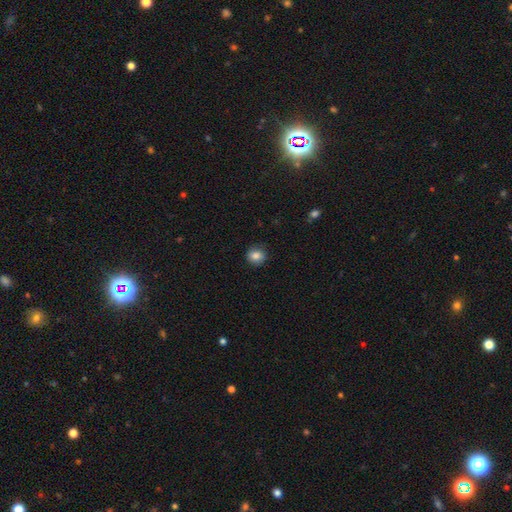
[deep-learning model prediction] Morphology: type=smooth (85%); roundness=round (81%); merging=none (89%).